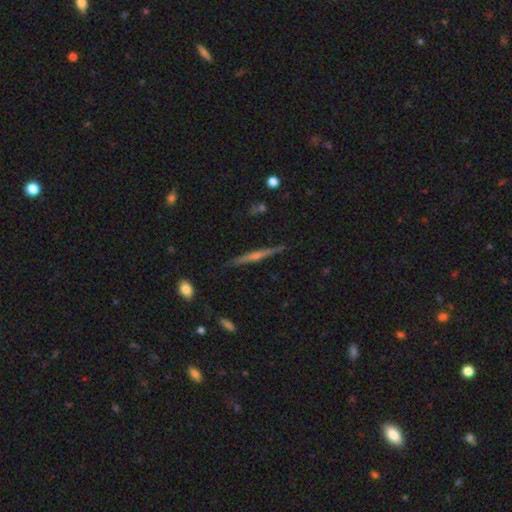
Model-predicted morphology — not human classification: Smooth or featured?
  - featured or disk: 69% *
  - smooth: 20%
  - star or artifact: 11%
Edge-on disk?
  - yes: 97% *
  - no: 3%
Edge-on bulge?
  - rounded: 75% *
  - none: 16%
  - boxy: 9%
Merging?
  - none: 89% *
  - minor disturbance: 7%
  - major disturbance: 2%
  - merger: 2%